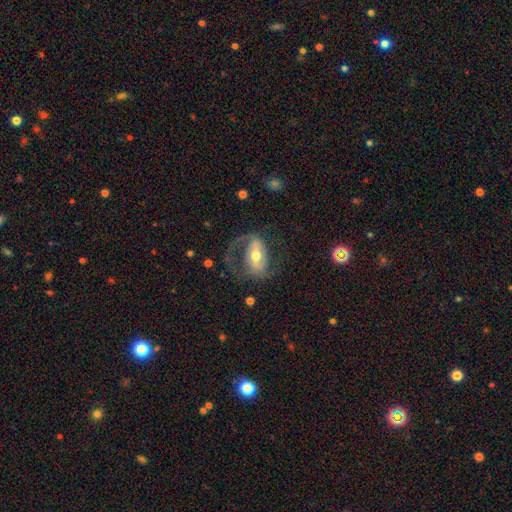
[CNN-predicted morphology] The model was most divided on "spiral winding": medium: 47%, loose: 35%, tight: 18%. Remaining: edge-on disk — no (94%); spiral arms — yes (87%); smooth or featured — featured or disk (76%); spiral arm count — 2 (74%); bulge size — moderate (64%); merging — none (55%); bar — strong (46%).